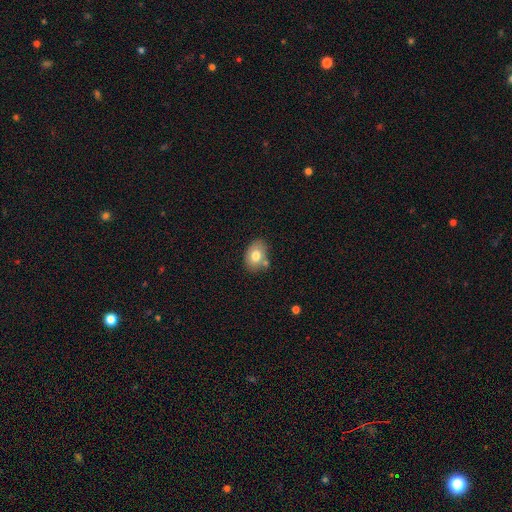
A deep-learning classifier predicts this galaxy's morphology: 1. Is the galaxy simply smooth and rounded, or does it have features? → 76% smooth, 15% featured or disk, 9% star or artifact.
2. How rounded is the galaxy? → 74% in between, 25% round, 1% cigar-shaped.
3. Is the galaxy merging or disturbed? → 67% none, 17% minor disturbance, 12% merger, 4% major disturbance.